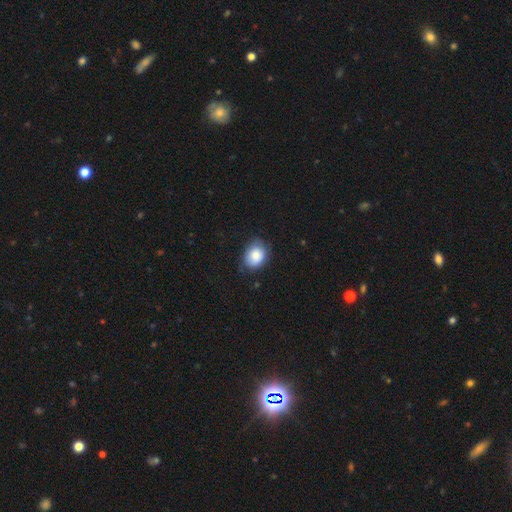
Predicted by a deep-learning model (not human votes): Smooth or featured?
  - smooth: 83% *
  - featured or disk: 10%
  - star or artifact: 8%
How rounded?
  - in between: 61% *
  - round: 38%
  - cigar-shaped: 1%
Merging?
  - none: 71% *
  - minor disturbance: 24%
  - major disturbance: 5%
  - merger: 1%